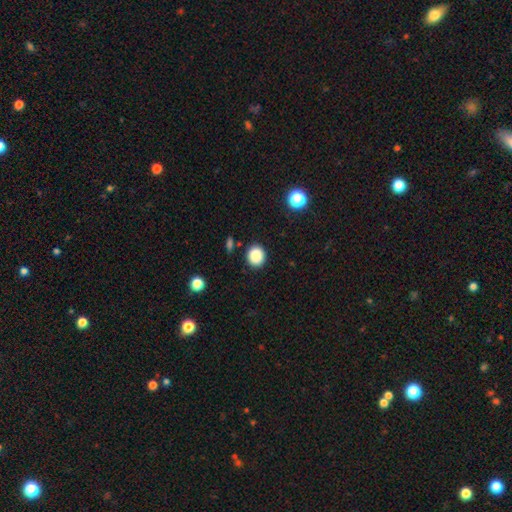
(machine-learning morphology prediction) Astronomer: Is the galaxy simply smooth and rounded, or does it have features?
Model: smooth — 87%.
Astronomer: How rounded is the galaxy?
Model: round — 79%.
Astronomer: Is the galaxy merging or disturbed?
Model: none — 89%.